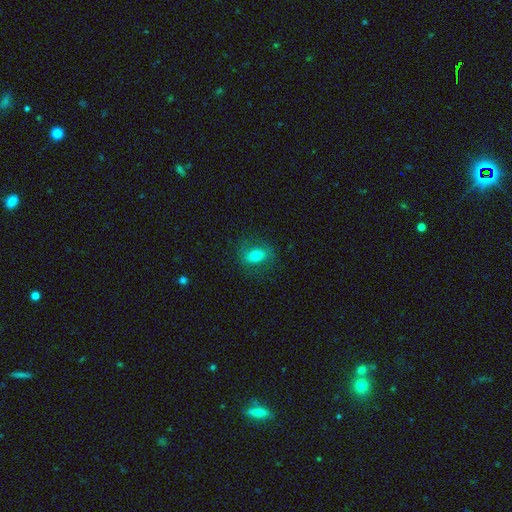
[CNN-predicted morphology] Smooth or featured? smooth (68%)
How rounded? in between (74%)
Merging? none (78%)